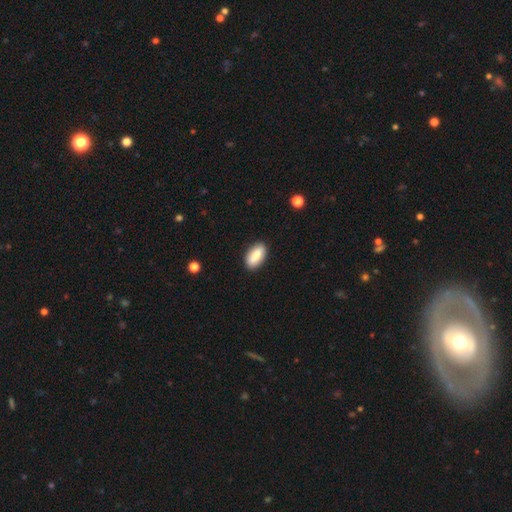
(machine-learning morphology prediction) smooth 83%, featured or disk 11%, star or artifact 6%. Down the decision tree: how rounded — in between (89%); merging — none (88%).